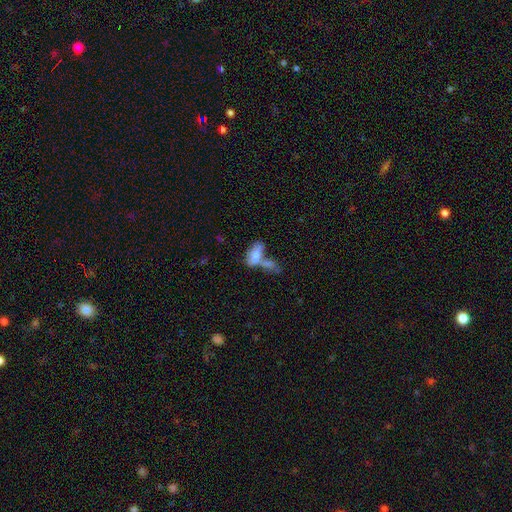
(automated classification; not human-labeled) Smooth or featured? smooth (72%)
How rounded? in between (88%)
Merging? merger (62%)